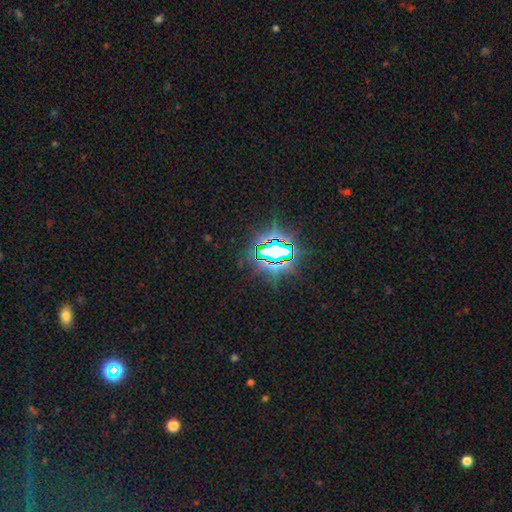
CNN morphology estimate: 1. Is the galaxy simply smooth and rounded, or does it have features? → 83% star or artifact, 9% smooth, 8% featured or disk.